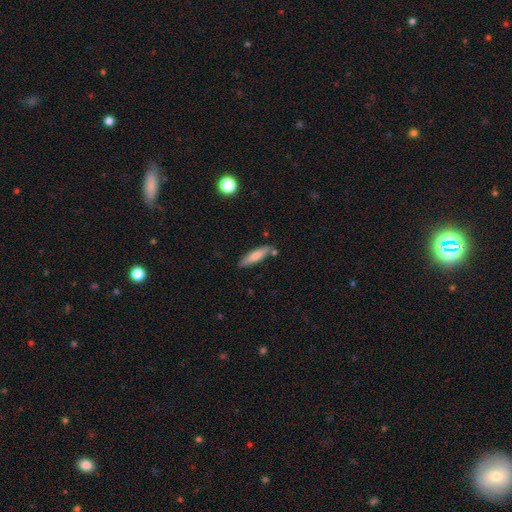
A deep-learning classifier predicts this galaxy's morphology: Smooth or featured? smooth (75%)
How rounded? cigar-shaped (75%)
Merging? none (79%)